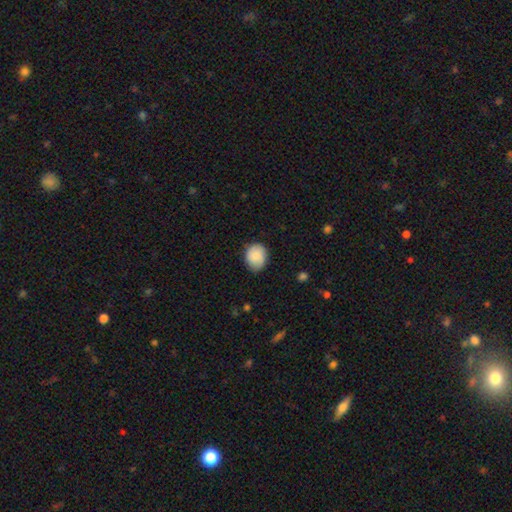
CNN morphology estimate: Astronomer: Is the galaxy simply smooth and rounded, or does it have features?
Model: smooth — 82%.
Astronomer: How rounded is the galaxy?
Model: round — 61% (runner-up: in between, 38%).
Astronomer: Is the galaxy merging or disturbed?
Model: none — 77%.